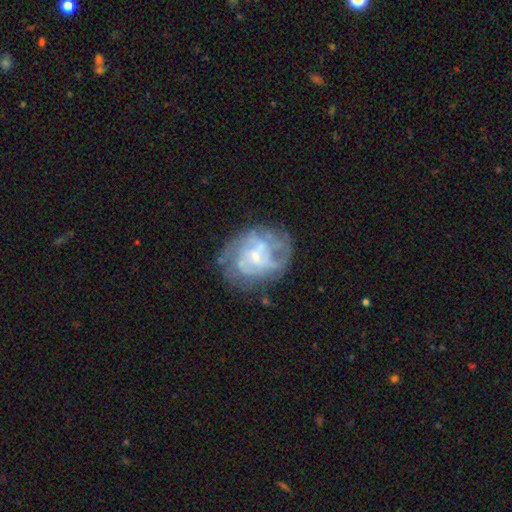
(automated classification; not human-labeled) smooth-or-featured: featured or disk: 78% | smooth: 14% | star or artifact: 8%
  disk-edge-on: no: 98% | yes: 2%
    bar: no: 53% | weak: 40% | strong: 7%
    has-spiral-arms: yes: 80% | no: 20%
      spiral-winding: tight: 43% | medium: 40% | loose: 17%
      spiral-arm-count: can't tell: 41% | 2: 23% | 3: 18% | 4: 9% | 1: 5% | more than 4: 5%
    bulge-size: small: 60% | moderate: 28% | none: 9% | large: 2% | dominant: 1%
  merging: none: 63% | minor disturbance: 20% | major disturbance: 15% | merger: 3%